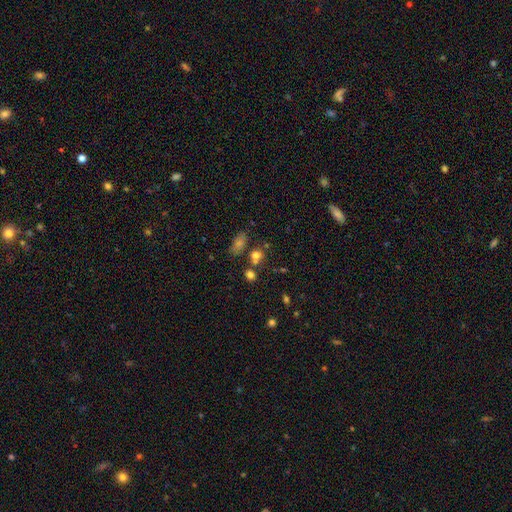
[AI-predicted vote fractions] This is likely a smooth galaxy (70%). How rounded: possibly round (57%). Merging: possibly none (56%).